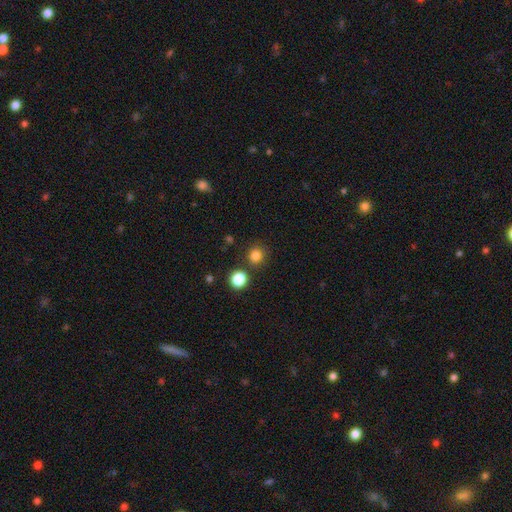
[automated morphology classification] type=smooth (82%); roundness=round (91%); merging=none (83%).